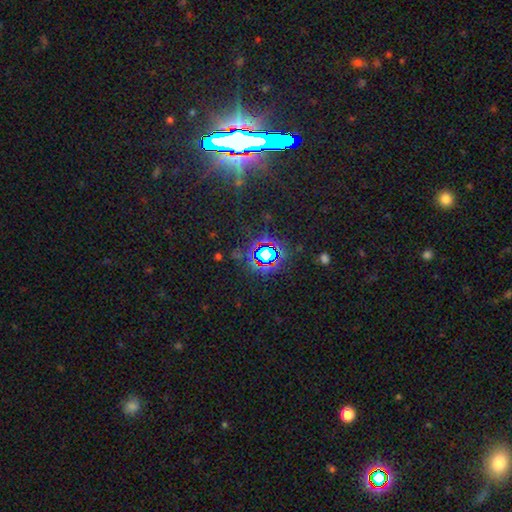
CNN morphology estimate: Smooth or featured? star or artifact (77%)